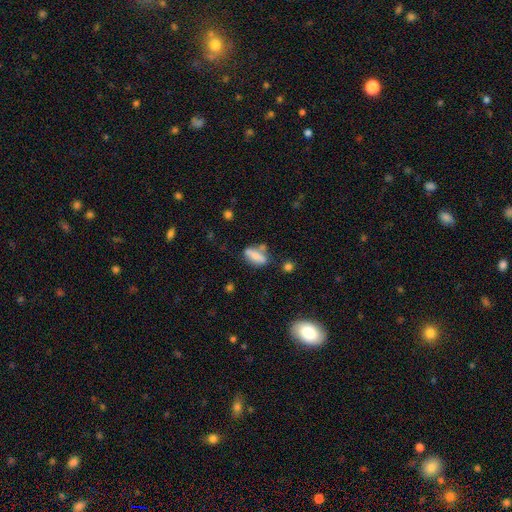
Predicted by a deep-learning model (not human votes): Smooth or featured? Predicted: smooth (p=0.69). How rounded? Predicted: in between (p=0.71). Merging? Predicted: none (p=0.56).